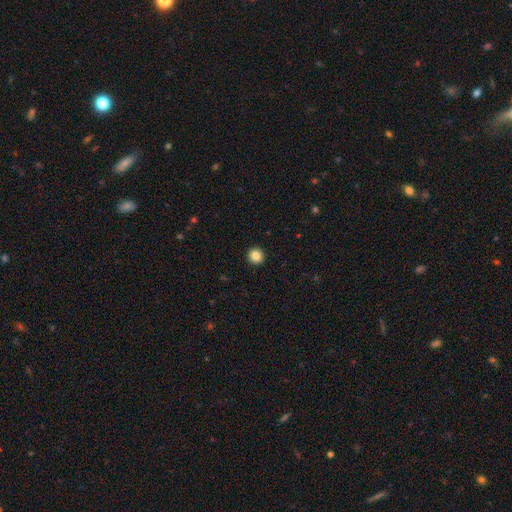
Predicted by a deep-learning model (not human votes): The model was most divided on "smooth or featured": smooth: 84%, star or artifact: 10%, featured or disk: 5%. More confident: how rounded — round (95%); merging — none (94%).